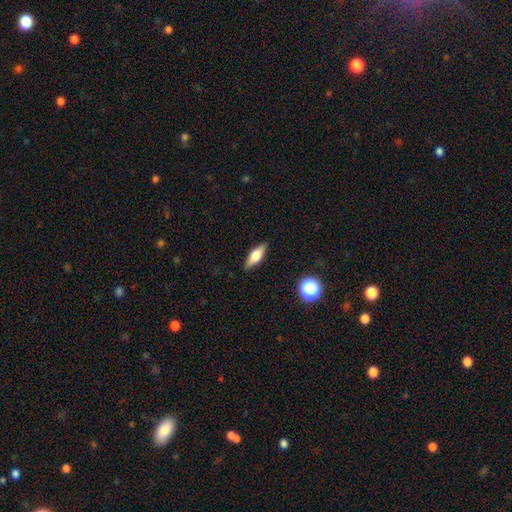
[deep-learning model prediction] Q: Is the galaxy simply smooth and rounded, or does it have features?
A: smooth — 57%.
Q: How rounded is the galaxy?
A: in between — 60%.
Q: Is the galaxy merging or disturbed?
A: none — 87%.